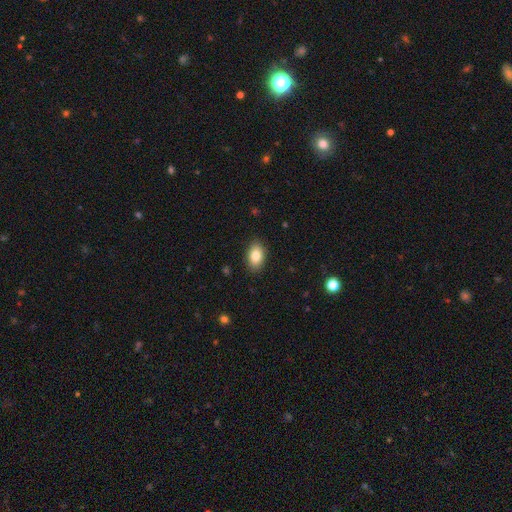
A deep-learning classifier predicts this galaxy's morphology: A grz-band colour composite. It shows a smooth galaxy with no disk features (82%) that is in between round and cigar-shaped (89%). Merging: none (89%).